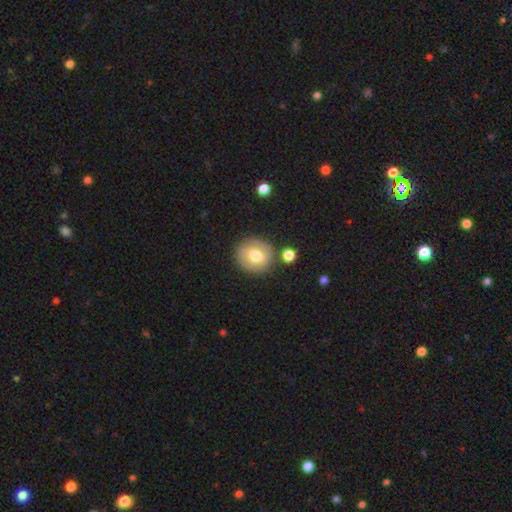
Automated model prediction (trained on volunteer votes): smooth_or_featured: smooth (p=0.65) [alt: featured or disk p=0.27]
how_rounded: round (p=0.82) [alt: in between p=0.17]
merging: none (p=0.77) [alt: minor disturbance p=0.12]